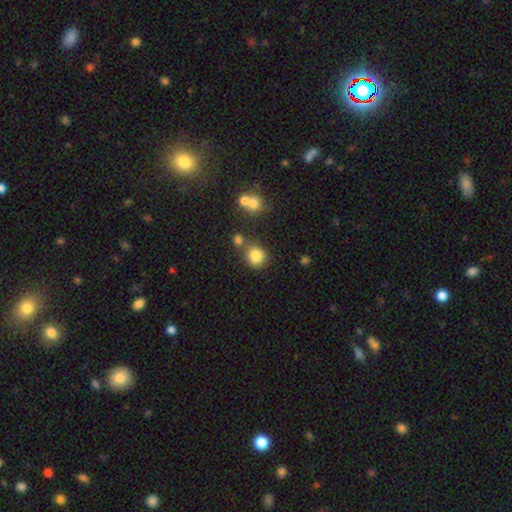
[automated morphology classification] Overall: smooth (83%). How rounded: round (80%). Merging: none (64%).